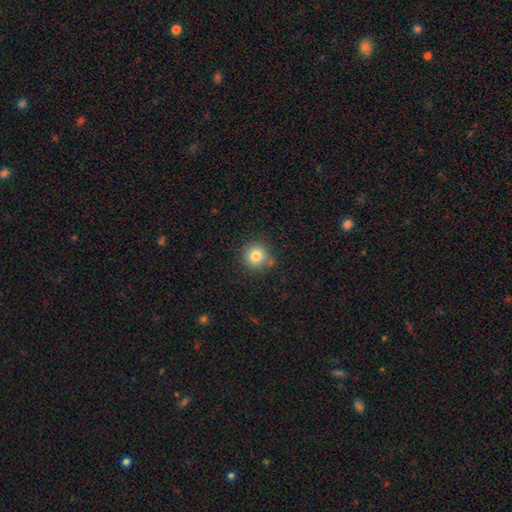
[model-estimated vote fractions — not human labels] smooth-or-featured: smooth: 81% | star or artifact: 11% | featured or disk: 7%
  how-rounded: round: 93% | in between: 6% | cigar-shaped: 1%
  merging: none: 82% | minor disturbance: 11% | merger: 5% | major disturbance: 3%